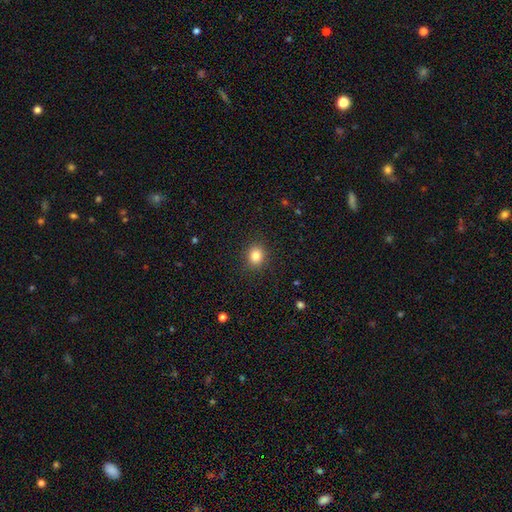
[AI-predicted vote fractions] Q: Smooth or featured?
A: smooth (83%); runner-up: star or artifact (11%)
Q: How rounded?
A: round (69%); runner-up: in between (31%)
Q: Merging?
A: none (90%); runner-up: minor disturbance (7%)